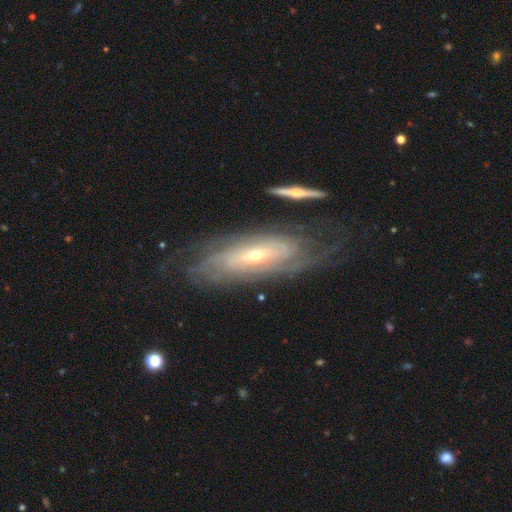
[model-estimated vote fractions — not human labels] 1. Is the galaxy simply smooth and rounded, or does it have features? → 83% featured or disk, 10% smooth, 6% star or artifact.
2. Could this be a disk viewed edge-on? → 86% no, 14% yes.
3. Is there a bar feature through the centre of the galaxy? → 57% no, 30% weak, 13% strong.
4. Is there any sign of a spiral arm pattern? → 90% yes, 10% no.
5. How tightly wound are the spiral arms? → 72% tight, 21% medium, 7% loose.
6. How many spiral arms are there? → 56% can't tell, 16% 2, 9% 3, 8% 4, 6% more than 4, 4% 1.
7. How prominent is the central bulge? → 55% small, 42% moderate, 2% large, 1% none, 1% dominant.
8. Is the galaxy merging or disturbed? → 68% none, 18% minor disturbance, 10% major disturbance, 4% merger.